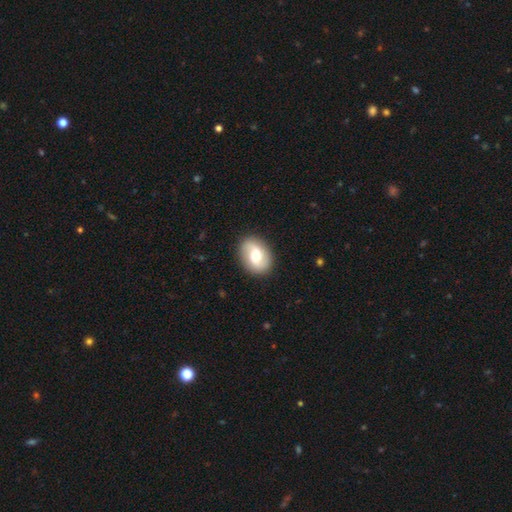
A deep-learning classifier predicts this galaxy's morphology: Overall: smooth (49%; featured or disk 44%). Merging: none (87%).